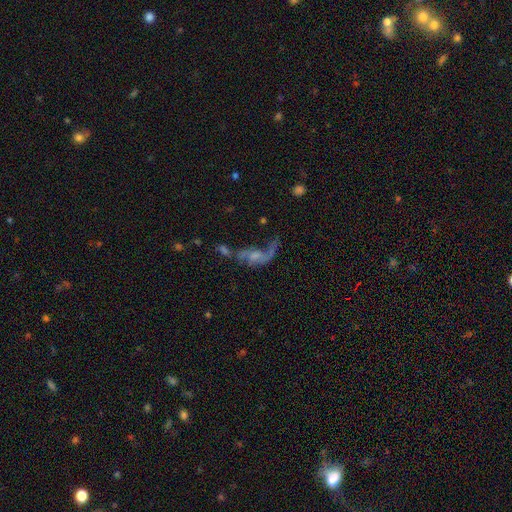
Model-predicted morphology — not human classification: smooth_or_featured: featured or disk (p=0.67) [alt: smooth p=0.20]
disk_edge_on: no (p=0.93) [alt: yes p=0.07]
bar: no (p=0.64) [alt: weak p=0.29]
has_spiral_arms: yes (p=0.72) [alt: no p=0.28]
bulge_size: small (p=0.40) [alt: none p=0.27]
merging: major disturbance (p=0.37) [alt: none p=0.24]